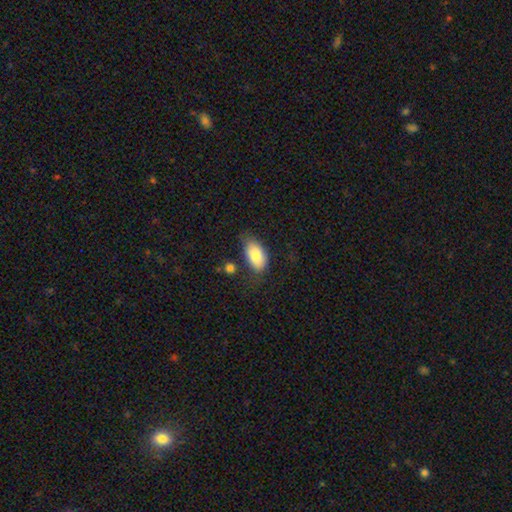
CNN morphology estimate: The model was most divided on "merging": none: 60%, minor disturbance: 27%, major disturbance: 8%, merger: 5%. More confident: how rounded — in between (93%); smooth or featured — smooth (83%).